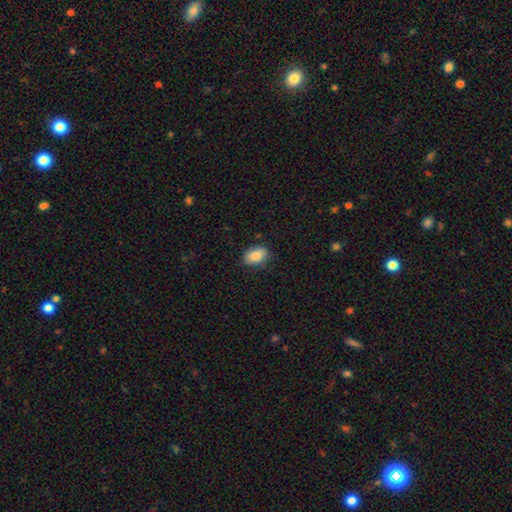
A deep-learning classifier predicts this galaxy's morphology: smooth_or_featured: smooth (p=0.83) [alt: featured or disk p=0.10]
how_rounded: in between (p=0.87) [alt: round p=0.12]
merging: none (p=0.82) [alt: minor disturbance p=0.14]